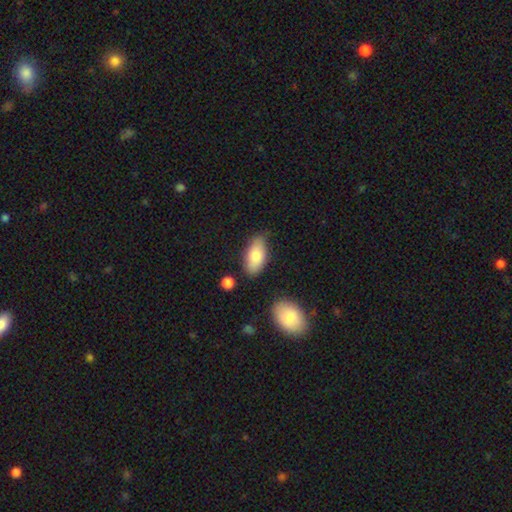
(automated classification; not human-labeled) smooth_or_featured: smooth (p=0.79) [alt: featured or disk p=0.15]
how_rounded: in between (p=0.90) [alt: cigar-shaped p=0.07]
merging: none (p=0.73) [alt: minor disturbance p=0.20]